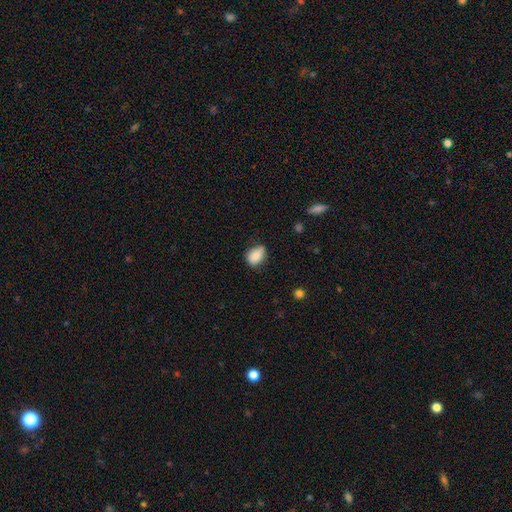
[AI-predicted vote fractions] Overall: smooth (83%). How rounded: in between (73%). Merging: none (68%).